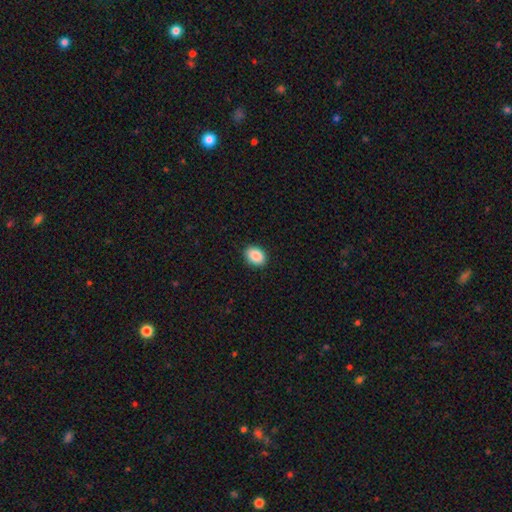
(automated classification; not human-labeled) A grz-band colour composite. It shows a smooth galaxy with no disk features (89%) that is in between round and cigar-shaped (72%). Merging: none (90%).